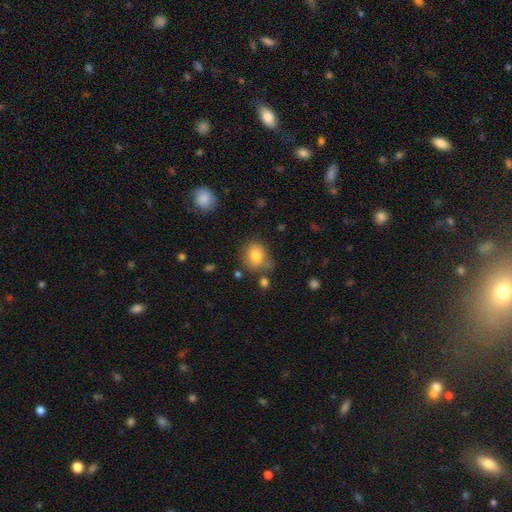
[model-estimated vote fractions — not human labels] This is likely a smooth galaxy (79%). How rounded: likely round (62%). Merging: likely none (62%).